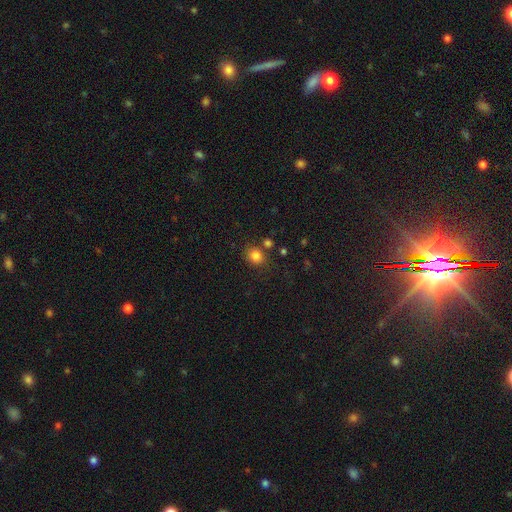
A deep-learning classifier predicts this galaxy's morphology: Overall: smooth (83%). How rounded: round (70%). Merging: none (74%).